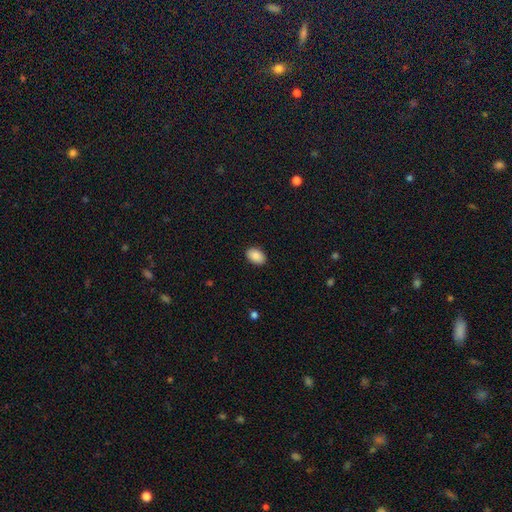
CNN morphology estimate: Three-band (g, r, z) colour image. It shows a smooth galaxy with no disk features (88%) that is in between round and cigar-shaped (89%). Merging: none (89%).